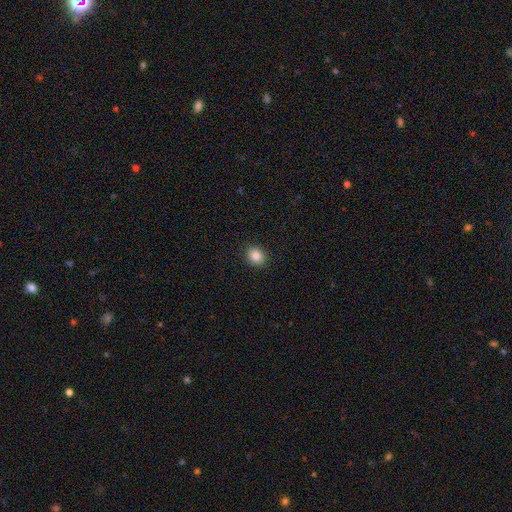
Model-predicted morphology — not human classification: The model was most divided on "how rounded": round: 60%, in between: 39%, cigar-shaped: 1%. More confident: merging — none (91%); smooth or featured — smooth (85%).